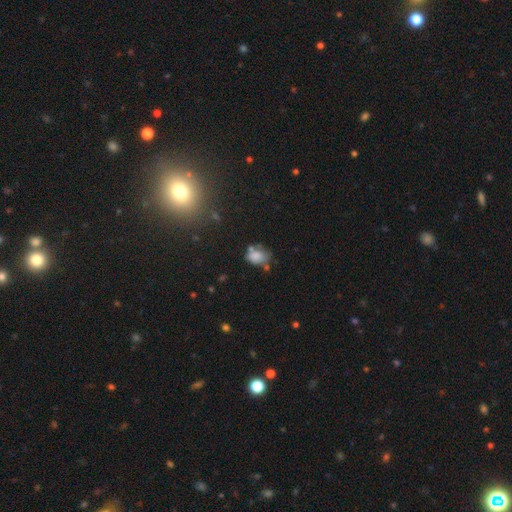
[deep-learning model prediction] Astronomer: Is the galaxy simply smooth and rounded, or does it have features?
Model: smooth — 77%.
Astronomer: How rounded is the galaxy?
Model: in between — 72%.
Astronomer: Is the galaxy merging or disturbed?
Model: none — 46% (runner-up: minor disturbance, 28%).